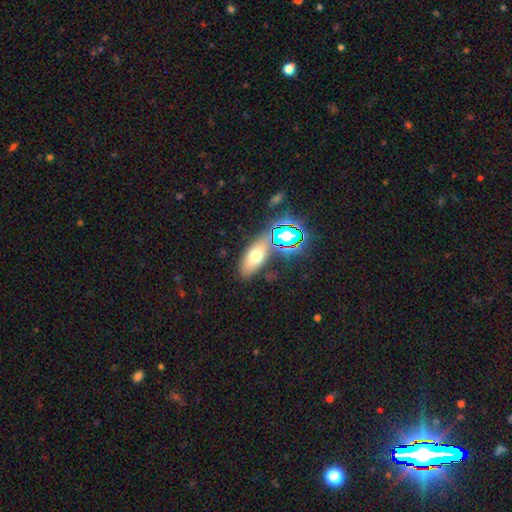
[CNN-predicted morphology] Overall: smooth (59%; featured or disk 21%). How rounded: in between (75%). Merging: none (77%).